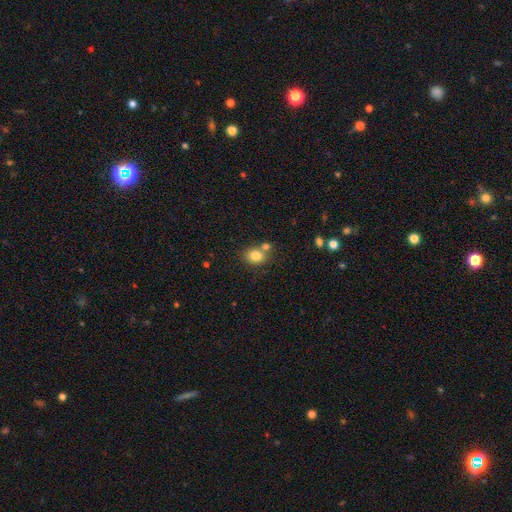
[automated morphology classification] Q: Smooth or featured?
A: smooth (81%); runner-up: star or artifact (10%)
Q: How rounded?
A: round (51%); runner-up: in between (48%)
Q: Merging?
A: none (60%); runner-up: merger (25%)